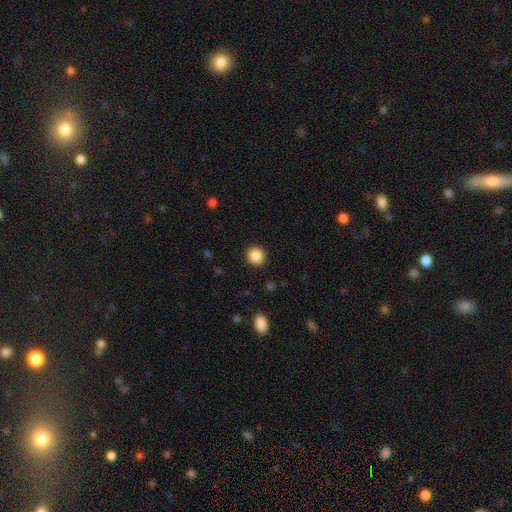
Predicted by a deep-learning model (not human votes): smooth 87%, star or artifact 10%, featured or disk 3%. Down the decision tree: how rounded — round (92%); merging — none (92%).